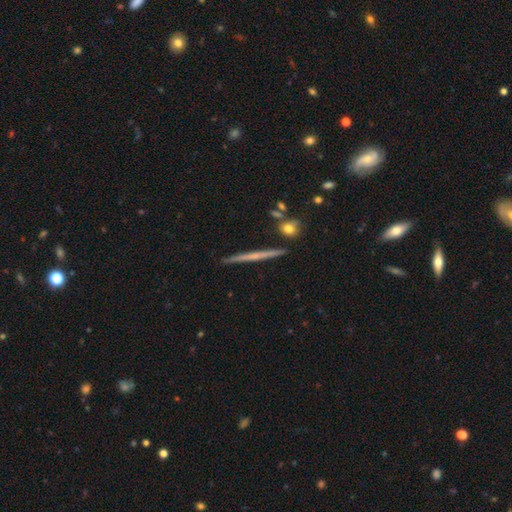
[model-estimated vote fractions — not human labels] Smooth or featured? featured or disk (60%)
Edge-on disk? yes (98%)
Edge-on bulge? none (76%)
Merging? none (91%)